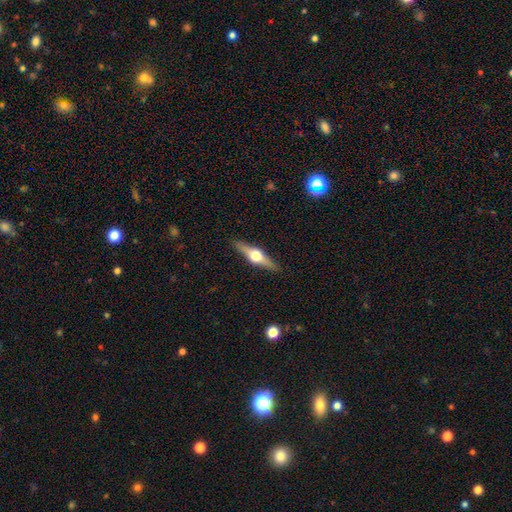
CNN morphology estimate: This is likely a featured or disk galaxy (73%). It is clearly viewed edge-on (97%). Edge-on bulge: clearly rounded (96%). Merging: clearly none (90%).